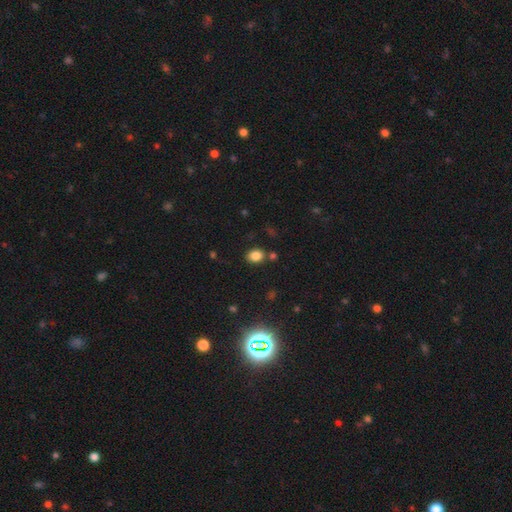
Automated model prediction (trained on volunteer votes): Morphology: type=smooth (82%); roundness=in between (62%); merging=none (79%).